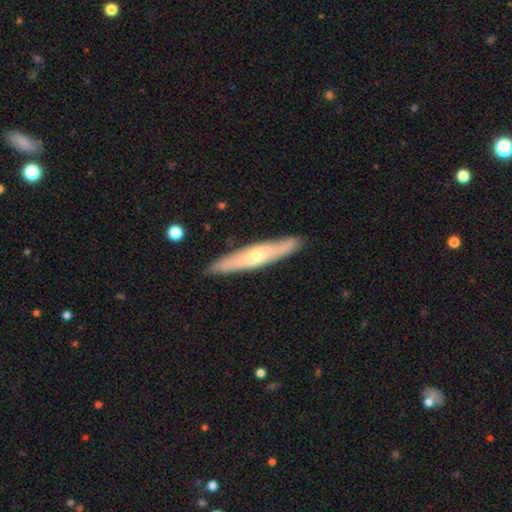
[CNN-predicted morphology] This is possibly a featured or disk galaxy (55%). It is likely viewed edge-on (79%). Merging: clearly none (88%).